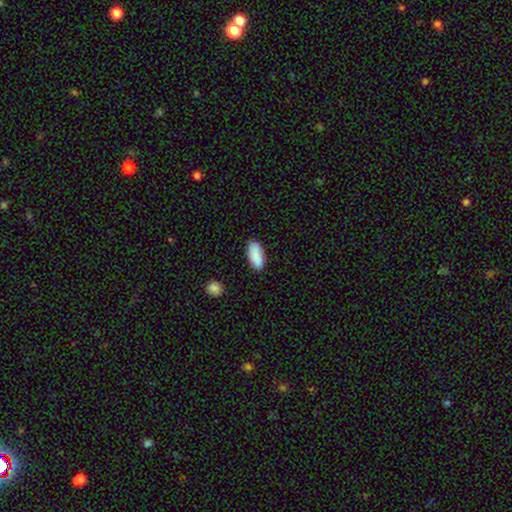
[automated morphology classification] smooth-or-featured: smooth: 89% | star or artifact: 6% | featured or disk: 5%
  how-rounded: in between: 89% | cigar-shaped: 9% | round: 2%
  merging: none: 82% | minor disturbance: 14% | major disturbance: 3% | merger: 2%